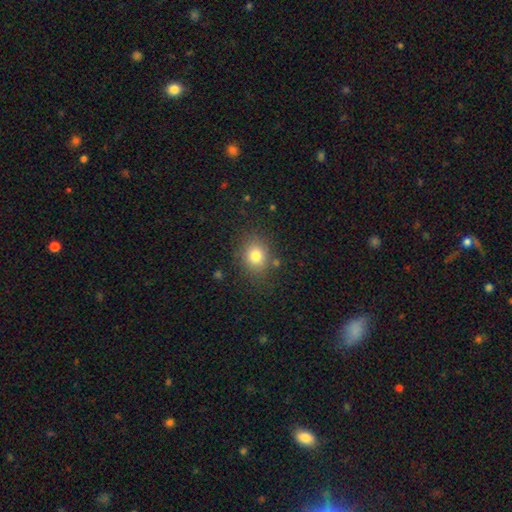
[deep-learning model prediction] smooth_or_featured: smooth (p=0.79) [alt: star or artifact p=0.12]
how_rounded: round (p=0.66) [alt: in between p=0.33]
merging: none (p=0.81) [alt: minor disturbance p=0.12]